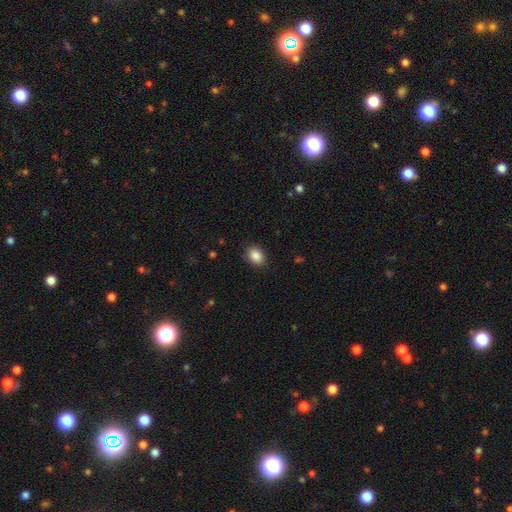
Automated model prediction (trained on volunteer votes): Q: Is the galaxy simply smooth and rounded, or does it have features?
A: smooth — 88%.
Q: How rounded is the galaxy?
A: in between — 71%.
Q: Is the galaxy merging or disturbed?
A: none — 87%.